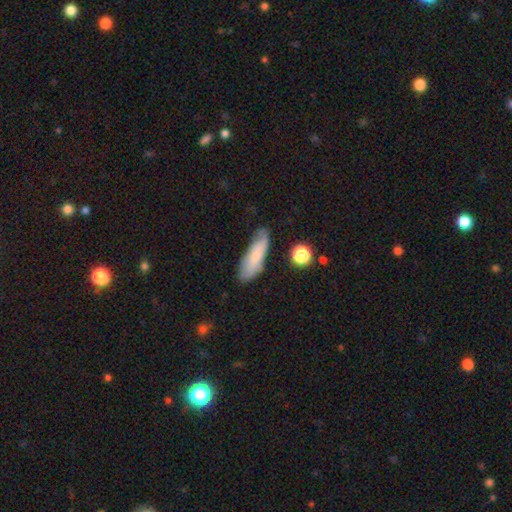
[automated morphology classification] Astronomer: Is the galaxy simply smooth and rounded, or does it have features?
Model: smooth — 74%.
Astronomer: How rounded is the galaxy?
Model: in between — 52% (runner-up: cigar-shaped, 45%).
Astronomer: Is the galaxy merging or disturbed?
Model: none — 66%.